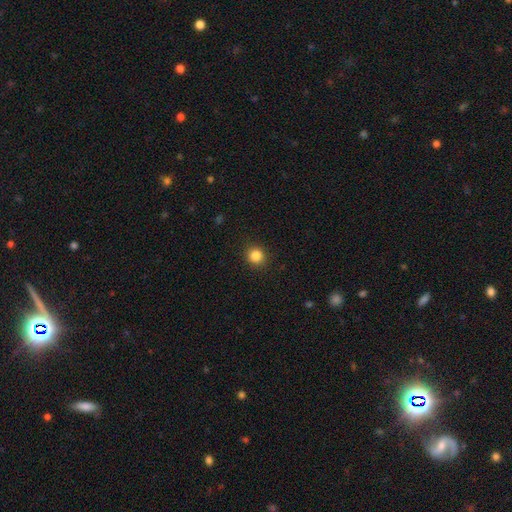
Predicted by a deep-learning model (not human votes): A smooth galaxy with no disk features (84%) that is round (88%).

Vote fractions:
- Smooth or featured? smooth: 84% / star or artifact: 11% / featured or disk: 5%
- How rounded? round: 88% / in between: 11% / cigar-shaped: 1%
- Merging? none: 90% / minor disturbance: 6% / major disturbance: 2% / merger: 1%